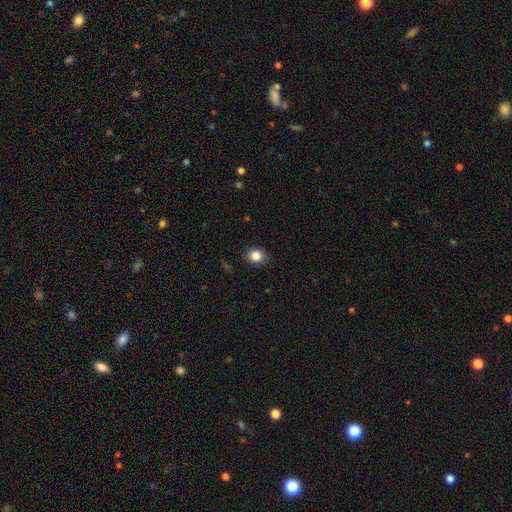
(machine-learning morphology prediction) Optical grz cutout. It shows a smooth galaxy with no disk features (85%) that is round (64%). Merging: none (88%).